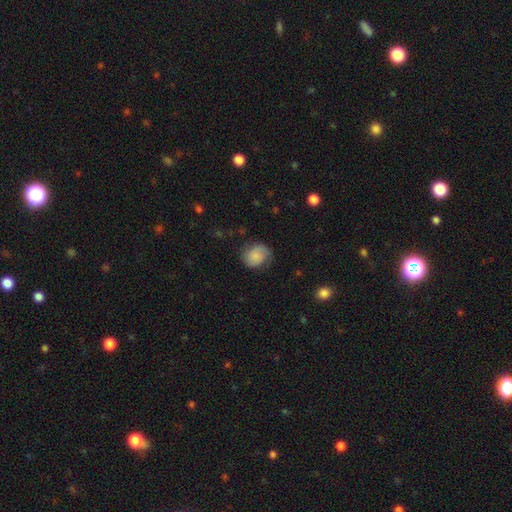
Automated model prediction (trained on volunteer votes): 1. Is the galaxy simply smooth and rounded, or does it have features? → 69% smooth, 23% featured or disk, 8% star or artifact.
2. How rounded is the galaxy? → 67% round, 33% in between, 1% cigar-shaped.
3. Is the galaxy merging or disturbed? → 64% none, 25% minor disturbance, 10% major disturbance, 1% merger.